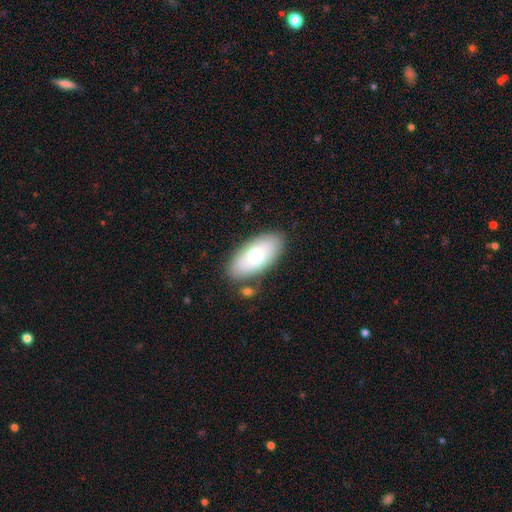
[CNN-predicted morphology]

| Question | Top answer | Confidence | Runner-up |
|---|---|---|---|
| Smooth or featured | smooth | 69% | featured or disk (25%) |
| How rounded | in between | 92% | cigar-shaped (5%) |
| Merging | none | 78% | minor disturbance (13%) |